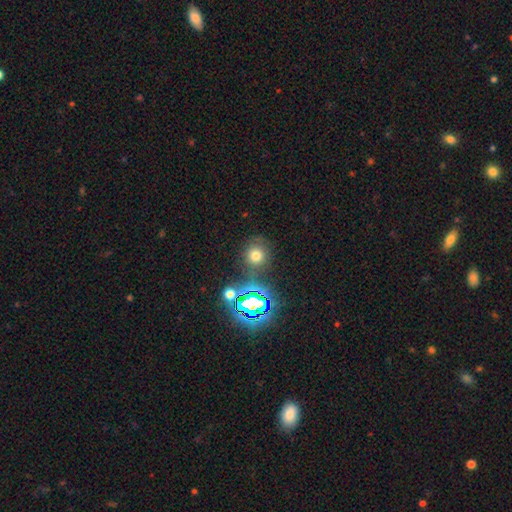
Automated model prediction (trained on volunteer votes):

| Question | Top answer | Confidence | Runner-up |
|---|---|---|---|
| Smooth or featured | smooth | 66% | star or artifact (25%) |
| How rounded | round | 89% | in between (10%) |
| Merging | none | 78% | minor disturbance (11%) |